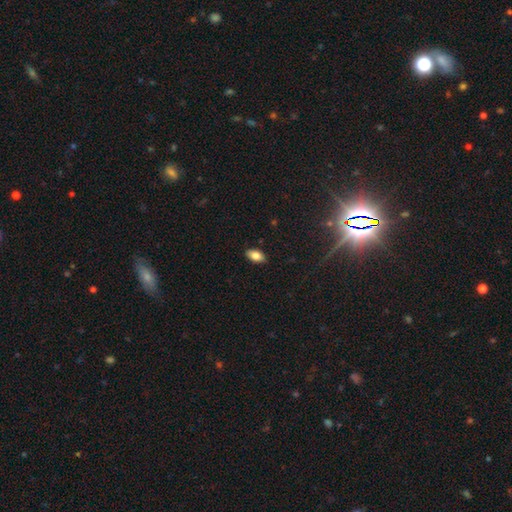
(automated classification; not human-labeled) Smooth or featured? Predicted: smooth (p=0.82). How rounded? Predicted: in between (p=0.92). Merging? Predicted: none (p=0.88).